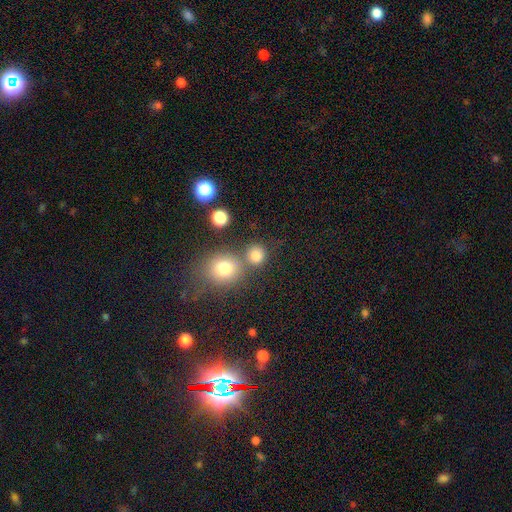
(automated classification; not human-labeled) Q: Smooth or featured?
A: smooth (77%); runner-up: star or artifact (16%)
Q: How rounded?
A: round (86%); runner-up: in between (13%)
Q: Merging?
A: none (65%); runner-up: merger (22%)